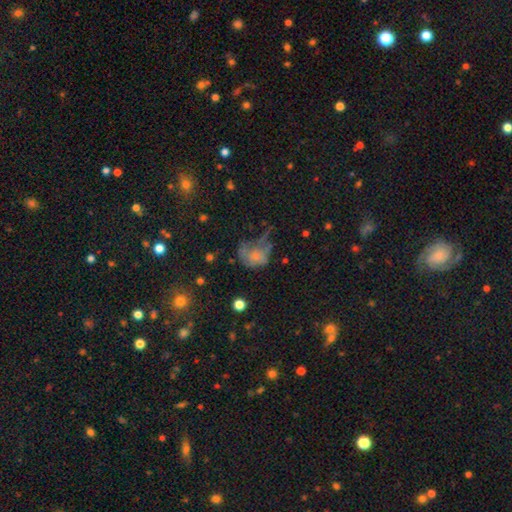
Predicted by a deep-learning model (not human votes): This is possibly a smooth galaxy (50%). Merging: marginally major disturbance (41%).